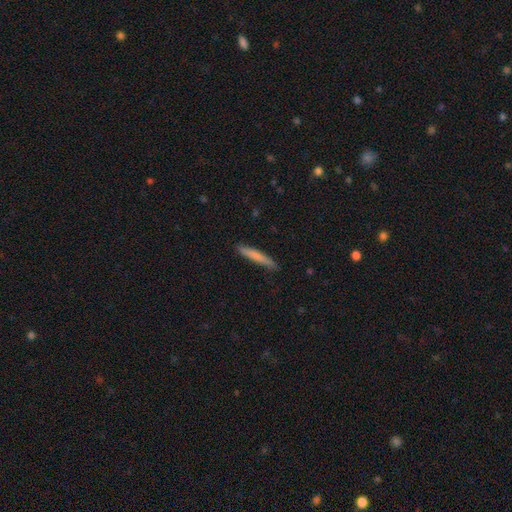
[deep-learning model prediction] A smooth galaxy with no disk features (77%) that is cigar-shaped (95%).

Vote fractions:
- Smooth or featured? smooth: 77% / featured or disk: 17% / star or artifact: 6%
- How rounded? cigar-shaped: 95% / in between: 4% / round: 1%
- Merging? none: 86% / minor disturbance: 11% / major disturbance: 2% / merger: 1%